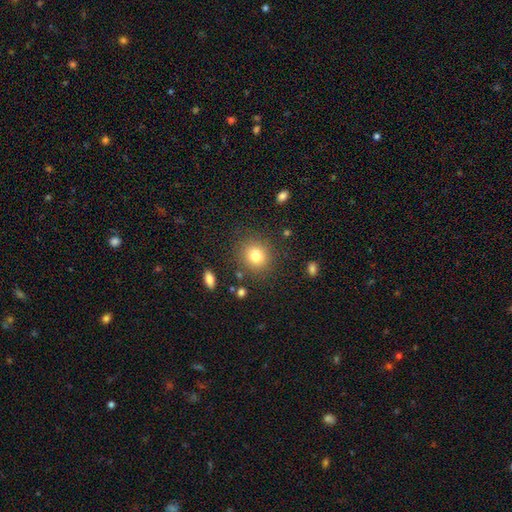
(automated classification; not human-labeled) Q: Smooth or featured?
A: smooth (80%); runner-up: star or artifact (12%)
Q: How rounded?
A: round (82%); runner-up: in between (17%)
Q: Merging?
A: none (85%); runner-up: minor disturbance (9%)